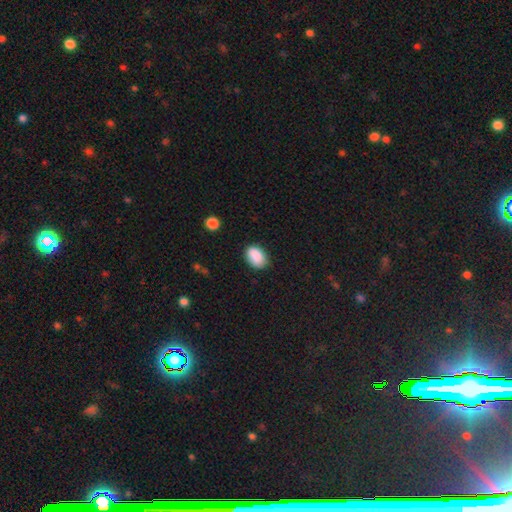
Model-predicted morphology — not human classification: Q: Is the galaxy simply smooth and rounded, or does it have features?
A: smooth — 89%.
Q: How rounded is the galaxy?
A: in between — 83%.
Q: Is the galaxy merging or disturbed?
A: none — 81%.